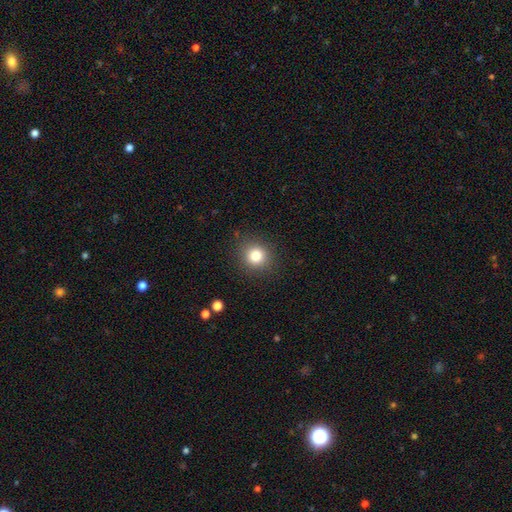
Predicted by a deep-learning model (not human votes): Smooth or featured? Predicted: smooth (p=0.81). How rounded? Predicted: round (p=0.89). Merging? Predicted: none (p=0.89).